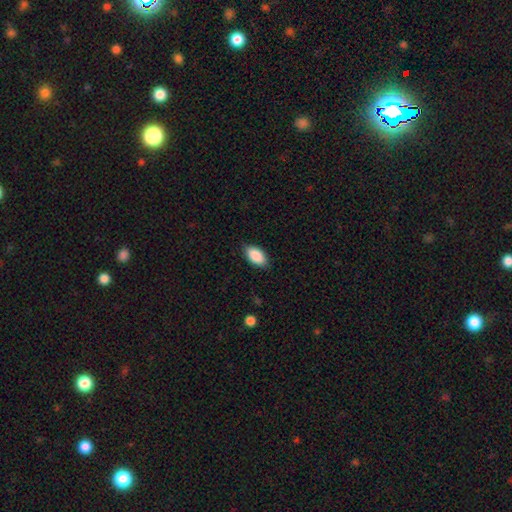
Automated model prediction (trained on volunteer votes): A smooth galaxy with no disk features (89%) that is in between round and cigar-shaped (94%).

Vote fractions:
- Smooth or featured? smooth: 89% / star or artifact: 6% / featured or disk: 5%
- How rounded? in between: 94% / round: 3% / cigar-shaped: 3%
- Merging? none: 86% / minor disturbance: 11% / major disturbance: 2% / merger: 1%